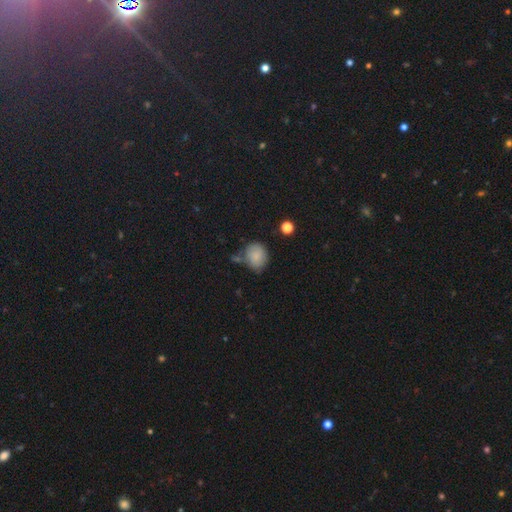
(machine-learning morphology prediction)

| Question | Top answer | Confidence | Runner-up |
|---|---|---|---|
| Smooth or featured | smooth | 85% | star or artifact (8%) |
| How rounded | round | 63% | in between (36%) |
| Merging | none | 60% | minor disturbance (23%) |